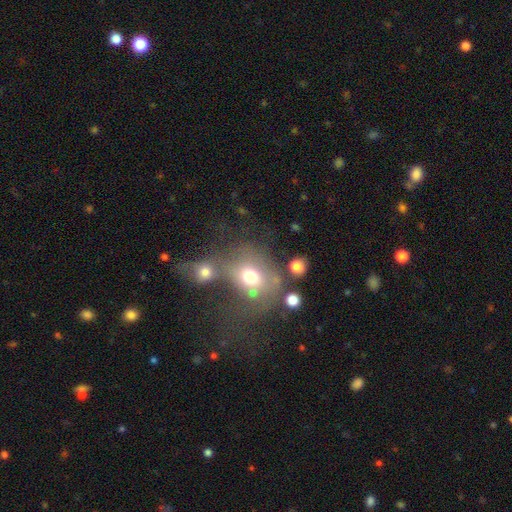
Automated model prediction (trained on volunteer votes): smooth 53%, featured or disk 26%, star or artifact 21%. Down the decision tree: how rounded — round (60%); merging — merger (42%).